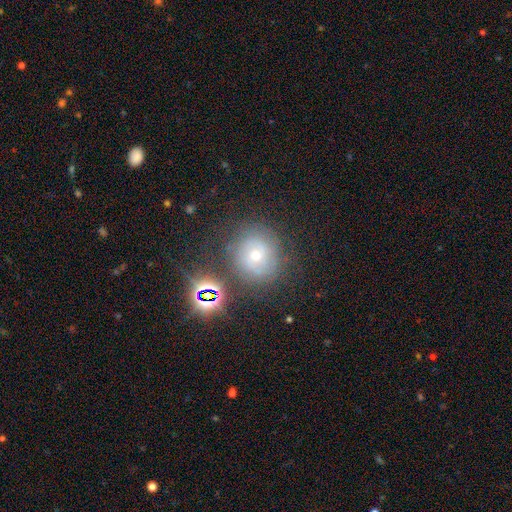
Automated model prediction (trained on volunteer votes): The model was most divided on "smooth or featured": featured or disk: 46%, smooth: 35%, star or artifact: 19%. More confident: merging — none (72%).